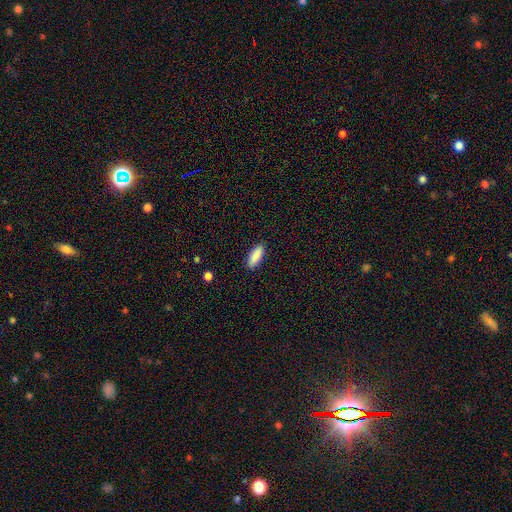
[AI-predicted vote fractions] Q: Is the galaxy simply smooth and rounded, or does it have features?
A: smooth — 89%.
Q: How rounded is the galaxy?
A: in between — 66%.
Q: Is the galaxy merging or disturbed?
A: none — 89%.